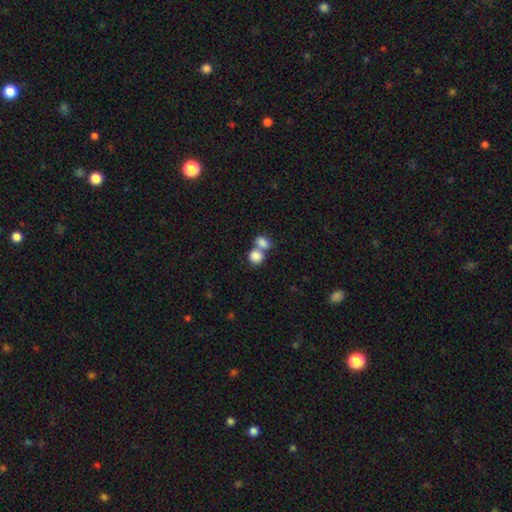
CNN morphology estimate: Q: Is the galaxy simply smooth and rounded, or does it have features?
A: smooth — 84%.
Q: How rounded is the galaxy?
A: round — 60%.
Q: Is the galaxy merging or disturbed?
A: merger — 58%.